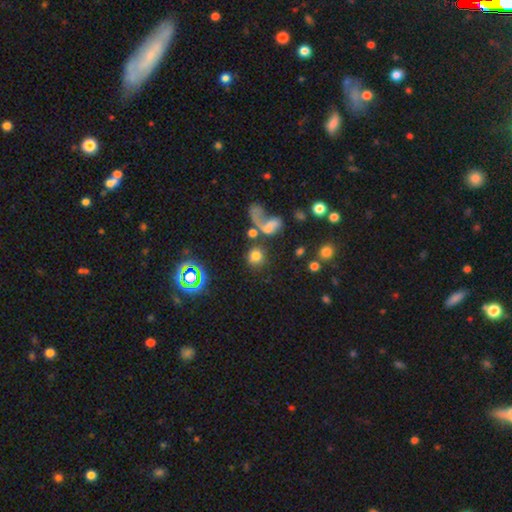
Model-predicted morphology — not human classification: Smooth or featured: smooth — 72% (star or artifact — 16%)
How rounded: round — 84% (in between — 14%)
Merging: none — 54% (merger — 24%)